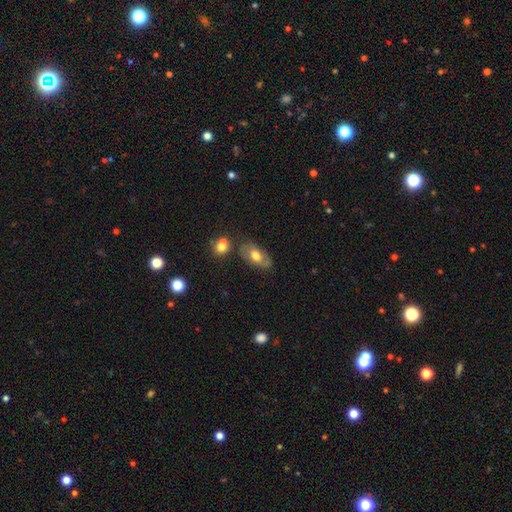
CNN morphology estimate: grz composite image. It shows a smooth galaxy with no disk features (56%) that is in between round and cigar-shaped (90%). Merging: none (66%).